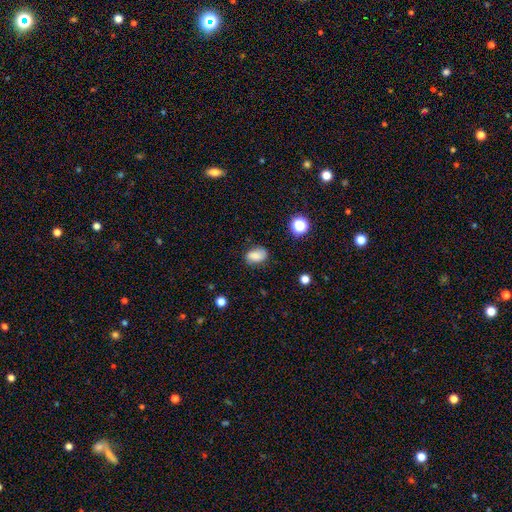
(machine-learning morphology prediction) smooth-or-featured: smooth: 80% | star or artifact: 11% | featured or disk: 9%
  how-rounded: in between: 82% | round: 16% | cigar-shaped: 1%
  merging: none: 74% | minor disturbance: 19% | major disturbance: 5% | merger: 2%